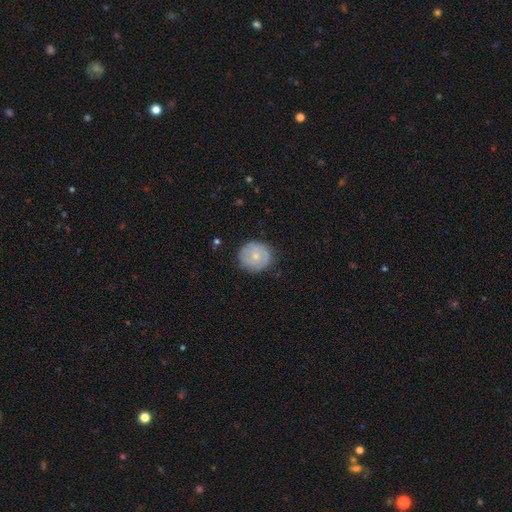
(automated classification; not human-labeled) Smooth or featured? smooth (59%)
How rounded? round (89%)
Merging? none (81%)